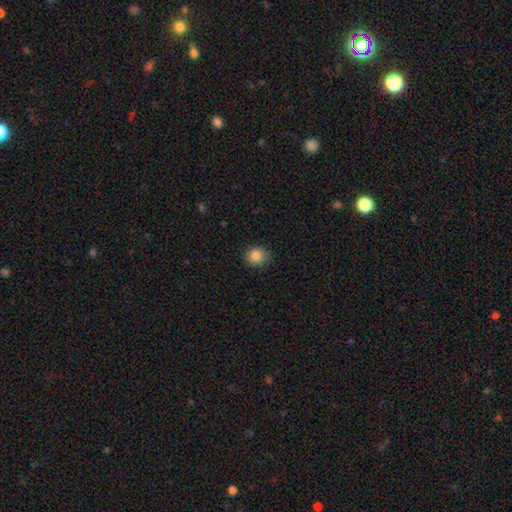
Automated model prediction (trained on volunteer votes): A smooth galaxy with no disk features (85%) that is round (75%). Merging: none (82%).